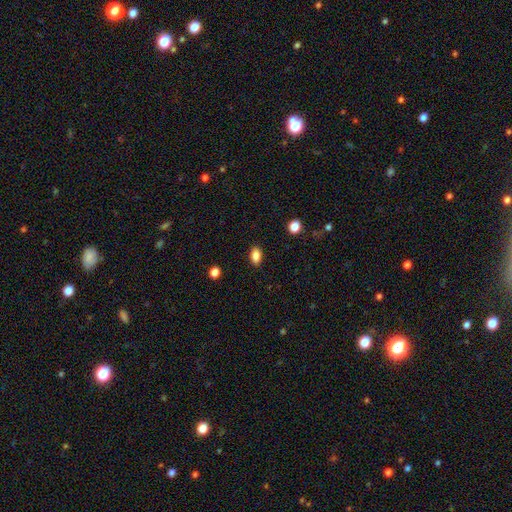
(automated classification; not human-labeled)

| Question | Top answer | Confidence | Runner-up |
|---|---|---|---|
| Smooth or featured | smooth | 86% | star or artifact (9%) |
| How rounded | in between | 88% | round (10%) |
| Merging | none | 88% | minor disturbance (9%) |